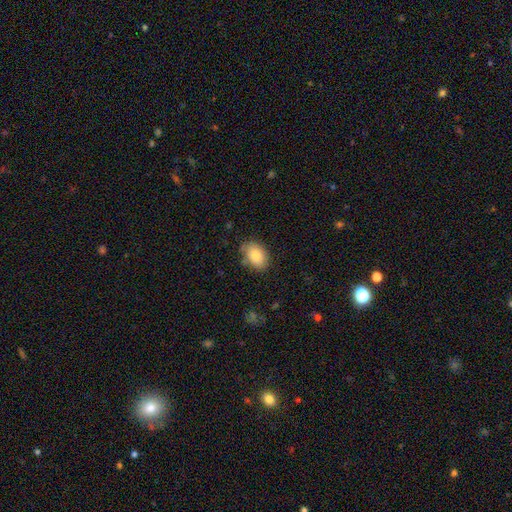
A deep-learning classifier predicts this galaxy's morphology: The model was most divided on "merging": none: 74%, minor disturbance: 19%, major disturbance: 4%, merger: 3%. More confident: smooth or featured — smooth (84%); how rounded — in between (83%).